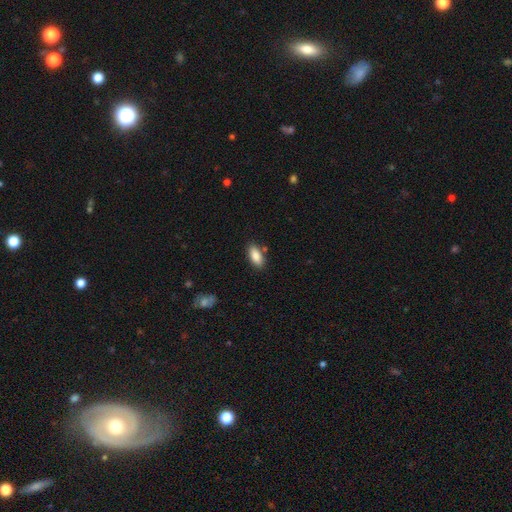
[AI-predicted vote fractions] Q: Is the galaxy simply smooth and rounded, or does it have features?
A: smooth — 87%.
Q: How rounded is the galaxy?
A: in between — 88%.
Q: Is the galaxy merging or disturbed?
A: none — 82%.